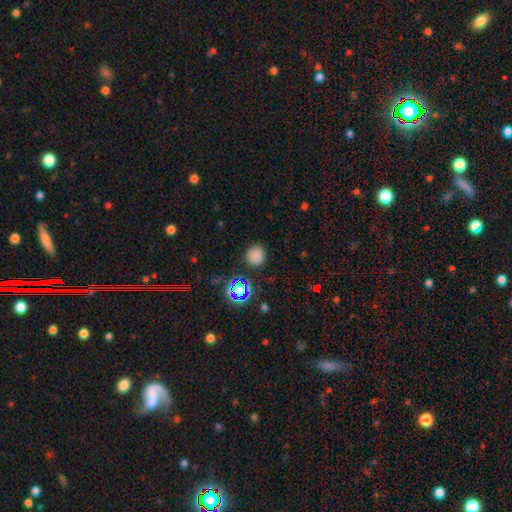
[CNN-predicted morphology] Smooth or featured? smooth (76%)
How rounded? round (90%)
Merging? none (86%)